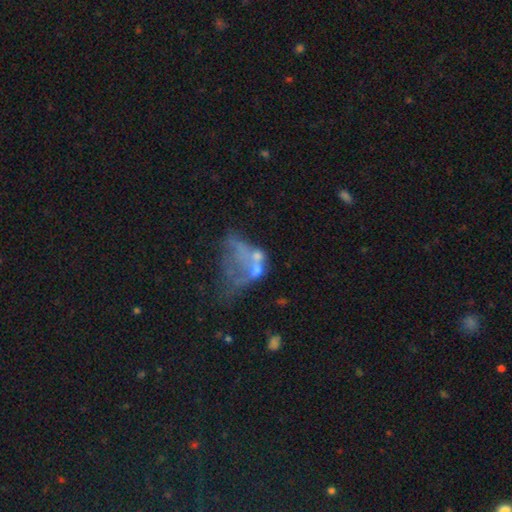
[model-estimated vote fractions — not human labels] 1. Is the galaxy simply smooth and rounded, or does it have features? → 51% featured or disk, 32% smooth, 16% star or artifact.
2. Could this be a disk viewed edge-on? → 97% no, 3% yes.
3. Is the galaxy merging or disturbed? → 41% major disturbance, 32% merger, 17% none, 11% minor disturbance.